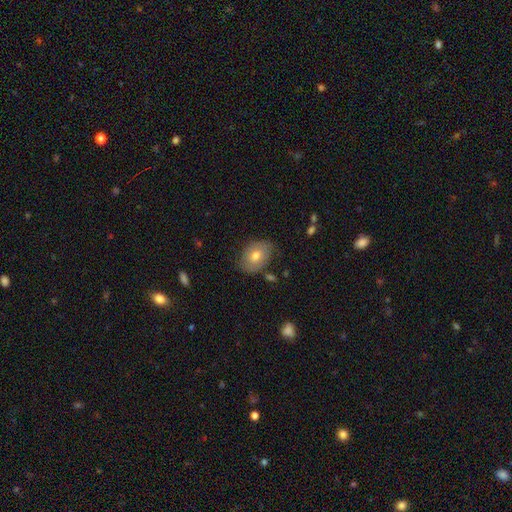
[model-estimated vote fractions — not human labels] This is likely a smooth galaxy (68%). How rounded: likely in between (77%). Merging: likely none (74%).